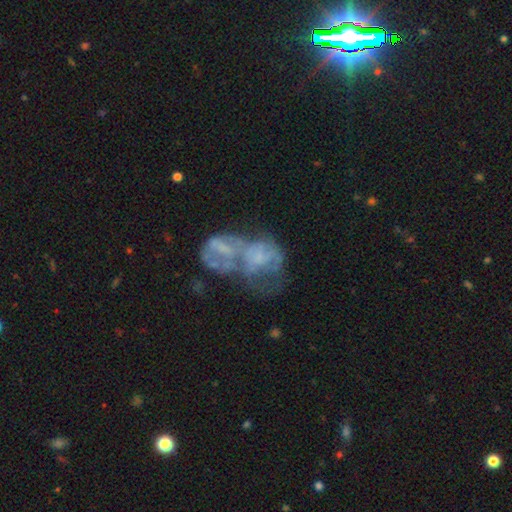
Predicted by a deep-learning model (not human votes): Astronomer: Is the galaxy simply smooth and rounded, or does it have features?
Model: featured or disk — 59%.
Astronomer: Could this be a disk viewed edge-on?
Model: no — 97%.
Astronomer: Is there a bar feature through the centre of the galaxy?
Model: no — 86%.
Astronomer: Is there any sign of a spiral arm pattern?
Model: no — 79%.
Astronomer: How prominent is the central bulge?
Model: none — 55%.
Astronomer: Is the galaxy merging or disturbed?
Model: merger — 65%.